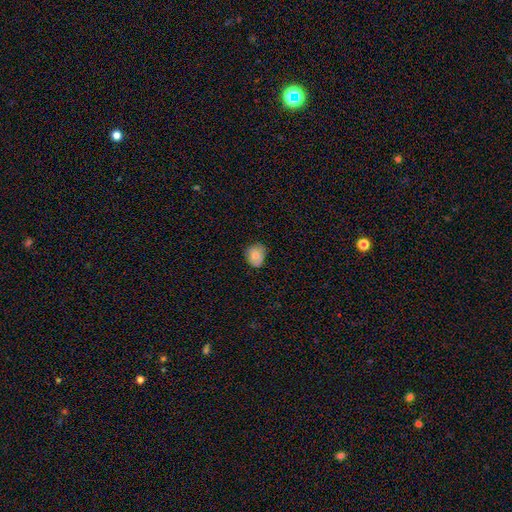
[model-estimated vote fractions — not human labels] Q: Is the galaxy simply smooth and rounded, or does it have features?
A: smooth — 77%.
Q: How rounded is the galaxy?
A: round — 60%.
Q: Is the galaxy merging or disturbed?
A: none — 68%.